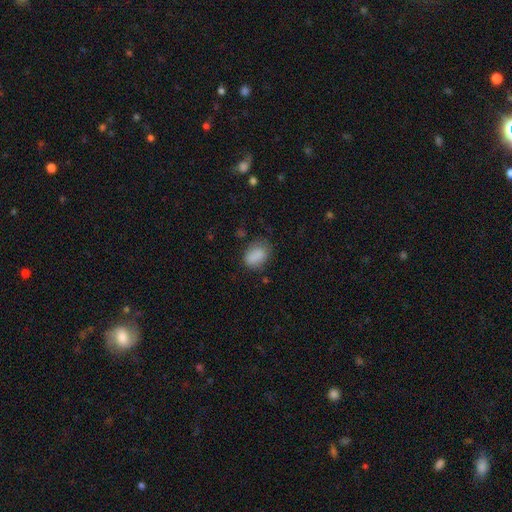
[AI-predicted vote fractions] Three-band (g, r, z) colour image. It shows a smooth galaxy with no disk features (84%) that is in between round and cigar-shaped (77%). Merging: none (62%).